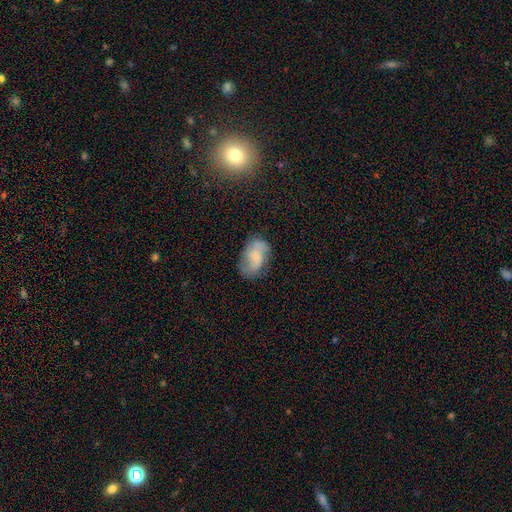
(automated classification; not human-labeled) A featured or disk galaxy (46%).

Vote fractions:
- Smooth or featured? featured or disk: 46% / smooth: 45% / star or artifact: 9%
- Merging? none: 64% / minor disturbance: 24% / major disturbance: 10% / merger: 2%